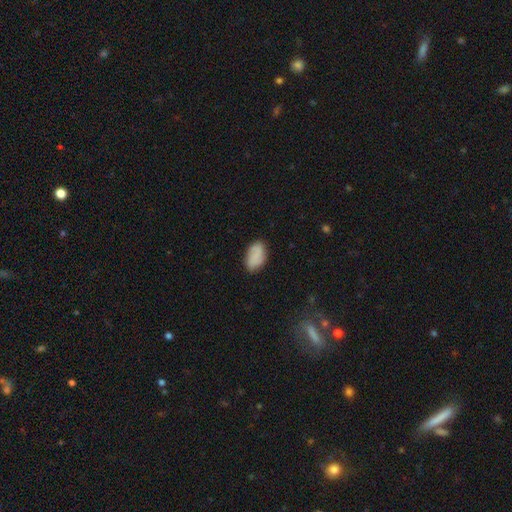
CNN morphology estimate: Q: Smooth or featured?
A: smooth (77%); runner-up: featured or disk (16%)
Q: How rounded?
A: in between (92%); runner-up: round (7%)
Q: Merging?
A: none (77%); runner-up: minor disturbance (17%)